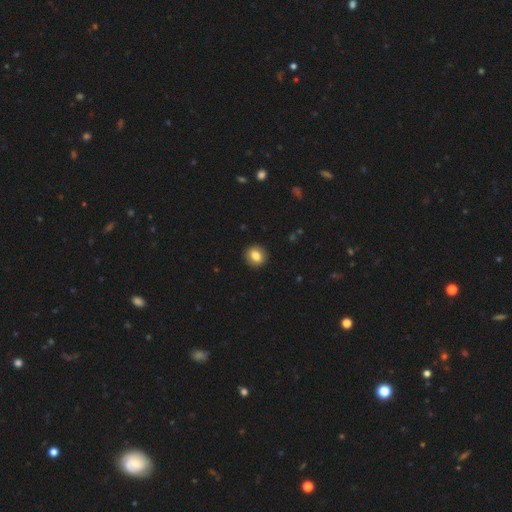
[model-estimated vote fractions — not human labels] A smooth galaxy with no disk features (82%) that is round (81%). Merging: none (92%).